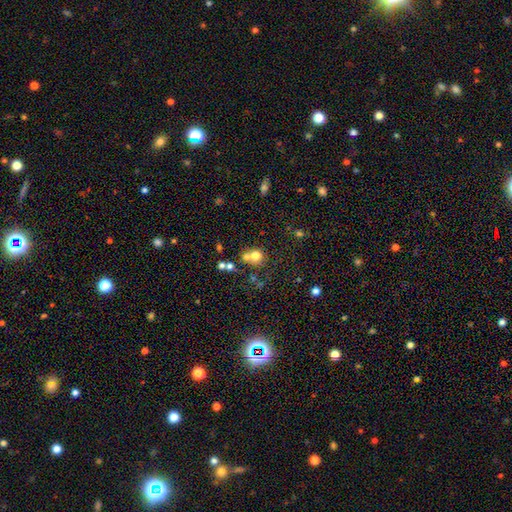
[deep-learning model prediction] A smooth galaxy with no disk features (71%) that is round (85%).

Vote fractions:
- Smooth or featured? smooth: 71% / star or artifact: 15% / featured or disk: 14%
- How rounded? round: 85% / in between: 14% / cigar-shaped: 1%
- Merging? none: 45% / merger: 41% / minor disturbance: 9% / major disturbance: 5%